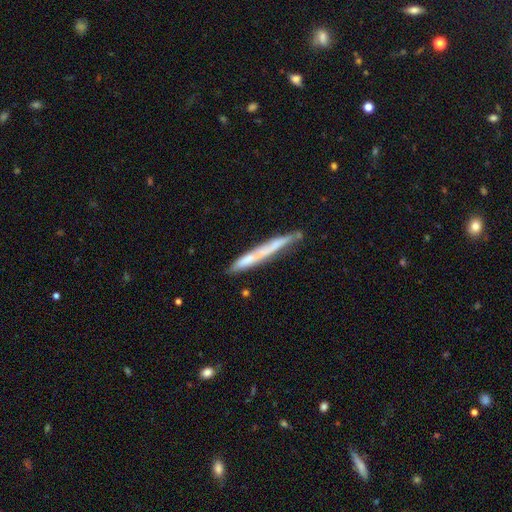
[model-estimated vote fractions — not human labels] The model was most divided on "smooth or featured": smooth: 47%, featured or disk: 46%, star or artifact: 7%. More confident: merging — none (74%).